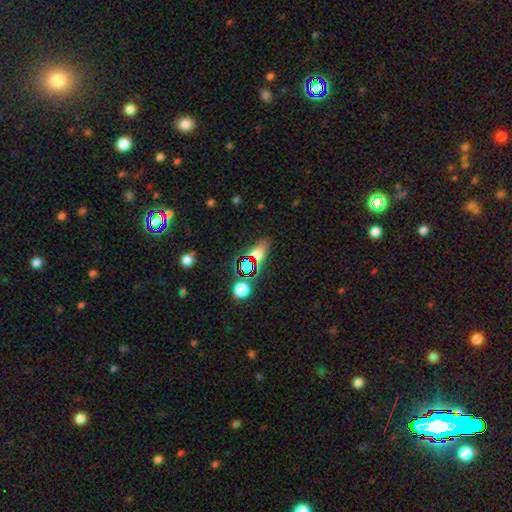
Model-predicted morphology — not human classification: Smooth or featured: smooth — 56% (star or artifact — 32%)
How rounded: in between — 70% (round — 19%)
Merging: none — 73% (minor disturbance — 14%)